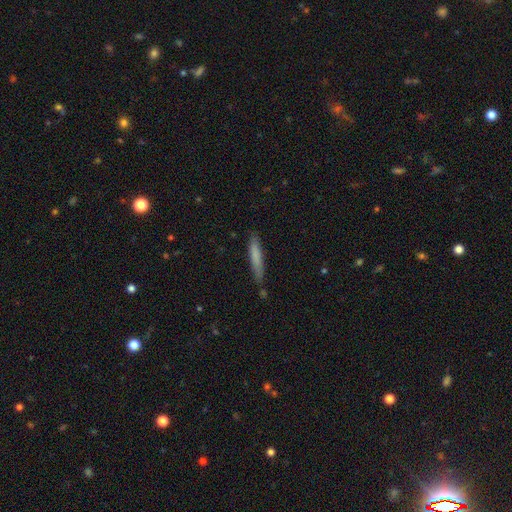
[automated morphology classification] type=smooth (75%); roundness=cigar-shaped (93%); merging=none (78%).